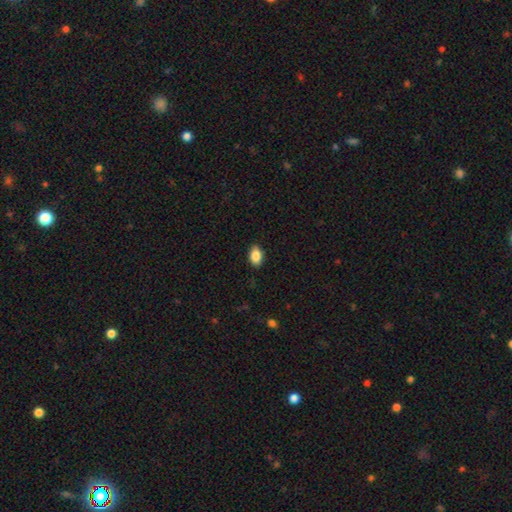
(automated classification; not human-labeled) Overall: smooth (86%). How rounded: in between (87%). Merging: none (88%).